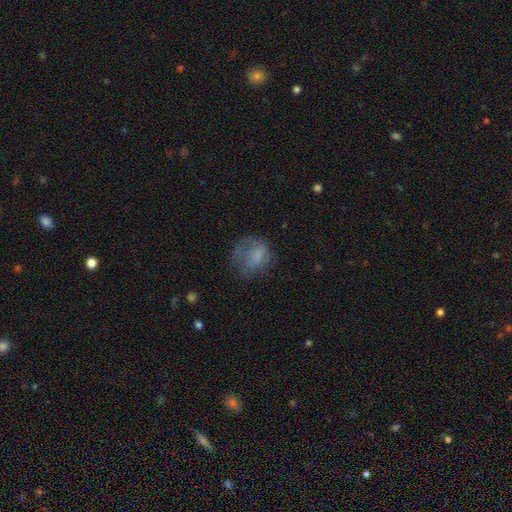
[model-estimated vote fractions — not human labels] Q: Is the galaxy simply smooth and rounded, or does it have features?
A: smooth — 61%.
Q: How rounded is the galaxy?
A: round — 57%.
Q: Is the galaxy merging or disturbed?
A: none — 39%.